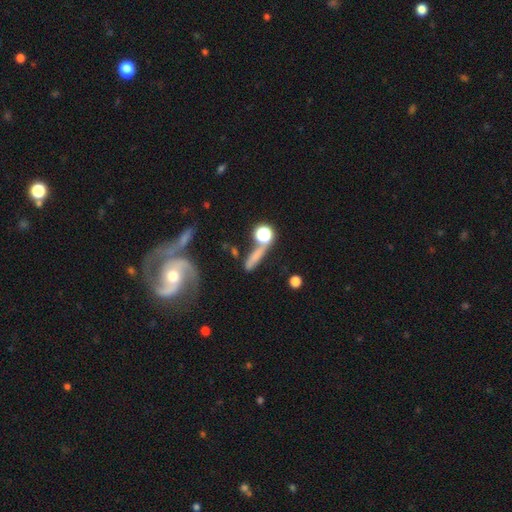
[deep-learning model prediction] smooth-or-featured: smooth: 62% | featured or disk: 20% | star or artifact: 18%
  how-rounded: cigar-shaped: 67% | in between: 18% | round: 14%
  merging: none: 52% | merger: 21% | minor disturbance: 16% | major disturbance: 11%